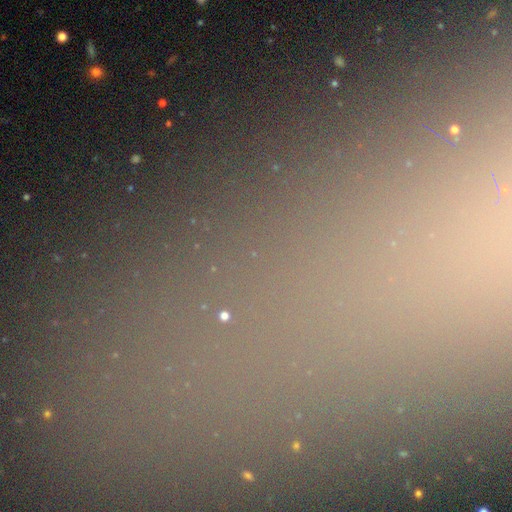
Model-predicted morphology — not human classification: smooth_or_featured: star or artifact (p=0.65) [alt: smooth p=0.22]